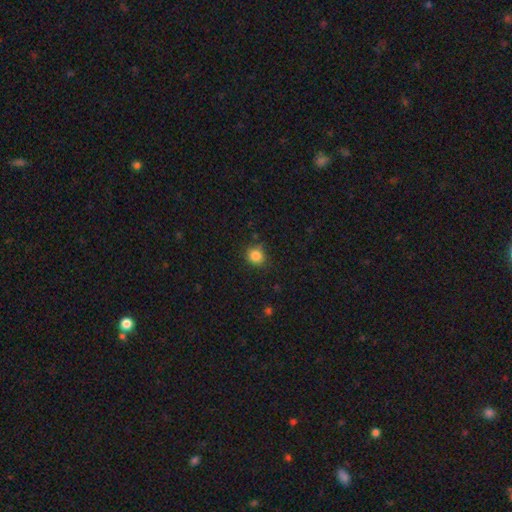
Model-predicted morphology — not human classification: The model was most divided on "merging": none: 82%, minor disturbance: 13%, major disturbance: 3%, merger: 2%. More confident: how rounded — round (87%); smooth or featured — smooth (84%).